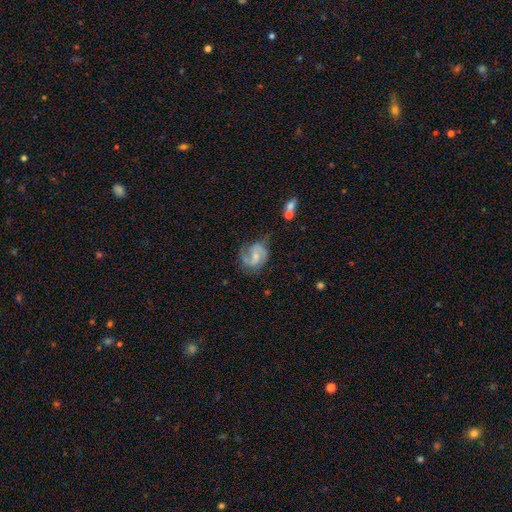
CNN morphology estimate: Overall: featured or disk (82%). Edge-on disk: no (98%). Bar: weak (53%; no 32%). Spiral arms: yes (95%). Spiral arm count: 2 (87%). Spiral winding: medium (54%; tight 24%). Bulge size: small (47%; moderate 35%). Merging: none (64%).